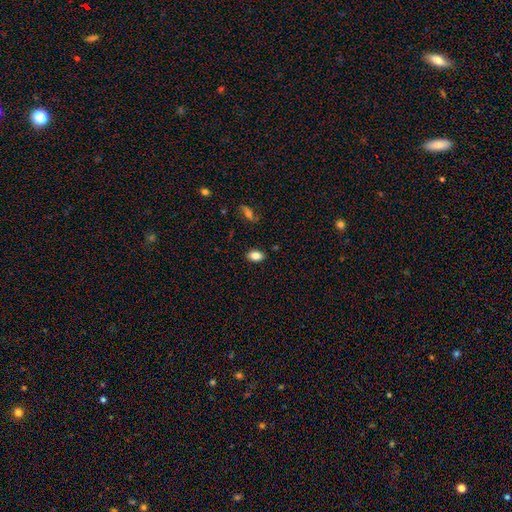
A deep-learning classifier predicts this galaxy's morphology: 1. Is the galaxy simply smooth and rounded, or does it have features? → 83% smooth, 9% featured or disk, 9% star or artifact.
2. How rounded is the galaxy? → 87% in between, 11% round, 2% cigar-shaped.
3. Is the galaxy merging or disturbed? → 87% none, 9% minor disturbance, 2% major disturbance, 1% merger.